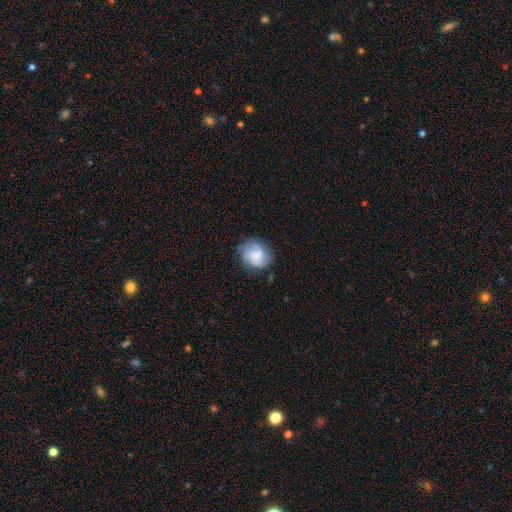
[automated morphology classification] Q: Smooth or featured?
A: featured or disk (52%); runner-up: smooth (40%)
Q: Edge-on disk?
A: no (98%); runner-up: yes (2%)
Q: Bar?
A: no (56%); runner-up: weak (37%)
Q: Spiral arms?
A: yes (89%); runner-up: no (11%)
Q: Bulge size?
A: small (37%); runner-up: none (33%)
Q: Merging?
A: none (72%); runner-up: minor disturbance (19%)